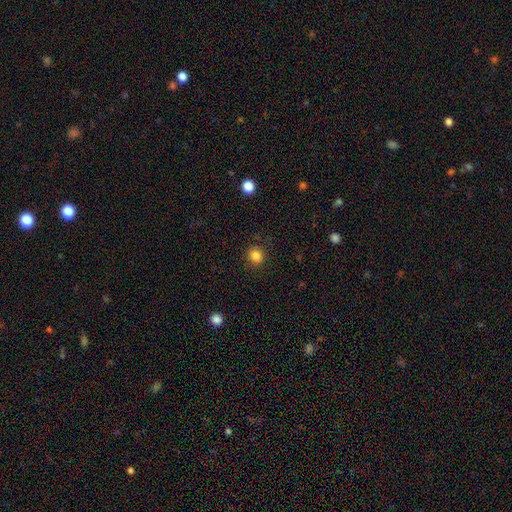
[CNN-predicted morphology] Smooth or featured: smooth — 85% (star or artifact — 11%)
How rounded: round — 85% (in between — 14%)
Merging: none — 88% (minor disturbance — 8%)